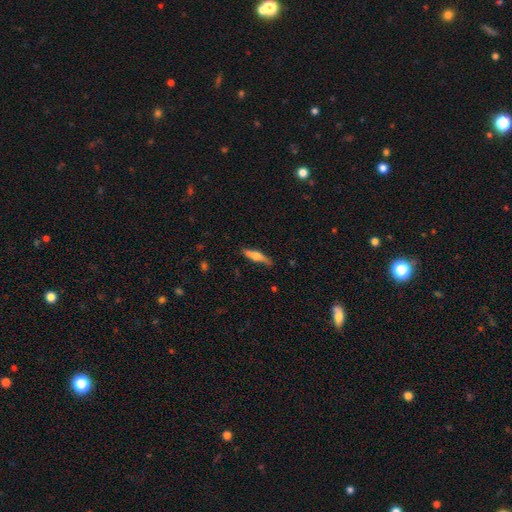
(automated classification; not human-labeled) Morphology: type=featured or disk (50%); merging=none (81%).